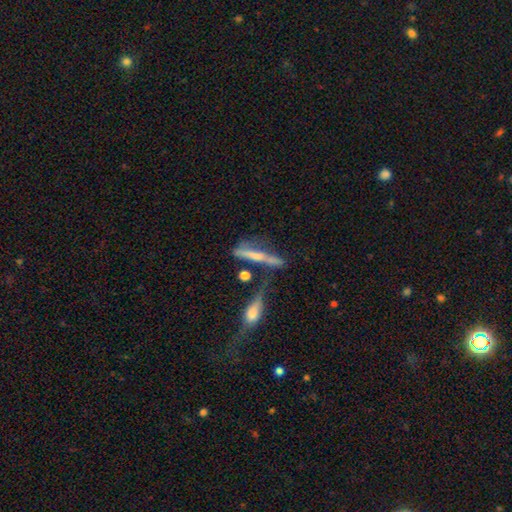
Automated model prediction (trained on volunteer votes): A featured or disk galaxy (56%) viewed edge-on (83%).

Vote fractions:
- Smooth or featured? featured or disk: 56% / smooth: 33% / star or artifact: 11%
- Edge-on disk? yes: 83% / no: 17%
- Merging? none: 43% / merger: 25% / minor disturbance: 17% / major disturbance: 14%